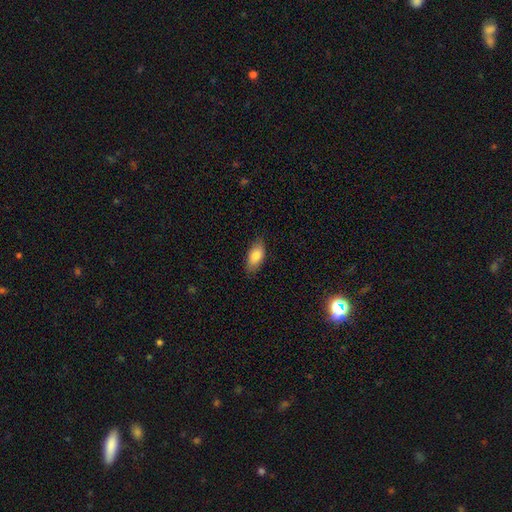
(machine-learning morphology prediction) type=smooth (83%); roundness=in between (89%); merging=none (82%).